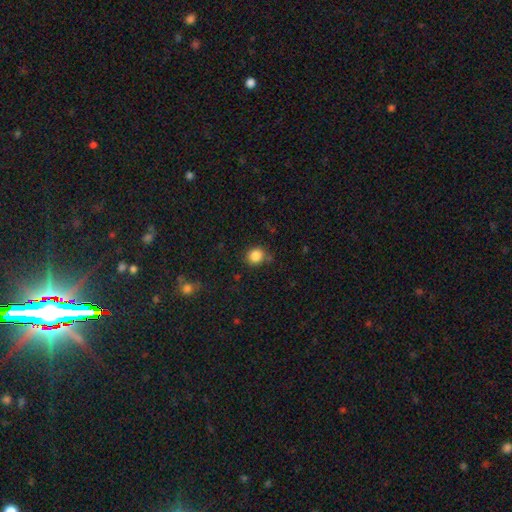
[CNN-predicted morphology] Smooth or featured?
  - smooth: 85% *
  - star or artifact: 11%
  - featured or disk: 4%
How rounded?
  - round: 85% *
  - in between: 14%
  - cigar-shaped: 1%
Merging?
  - none: 79% *
  - minor disturbance: 13%
  - merger: 4%
  - major disturbance: 4%